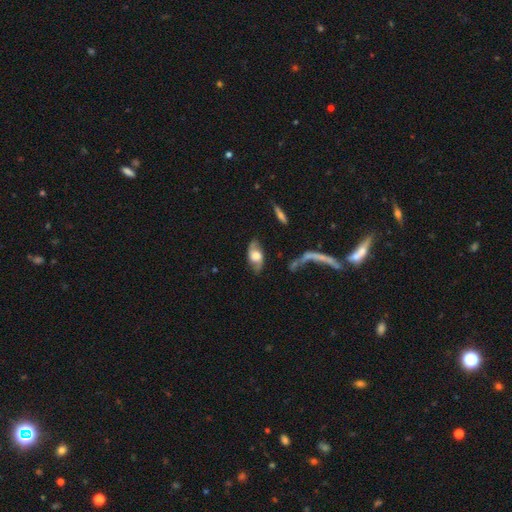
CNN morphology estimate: featured or disk 64%, smooth 30%, star or artifact 6%. Down the decision tree: edge-on disk — no (86%); bar — no (67%); spiral arms — yes (85%); bulge size — large (49%); merging — none (70%).